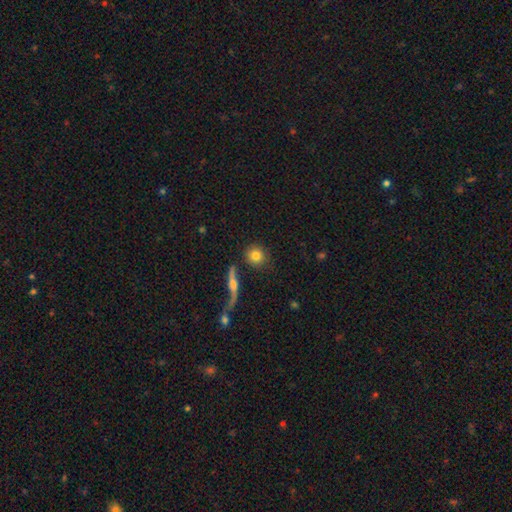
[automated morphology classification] Smooth or featured? smooth (79%)
How rounded? round (89%)
Merging? none (79%)